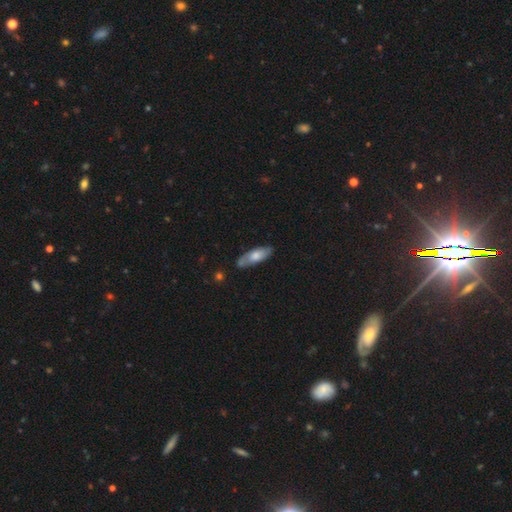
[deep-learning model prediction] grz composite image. It shows a smooth galaxy with no disk features (58%) that is in between round and cigar-shaped (66%). Merging: none (75%).